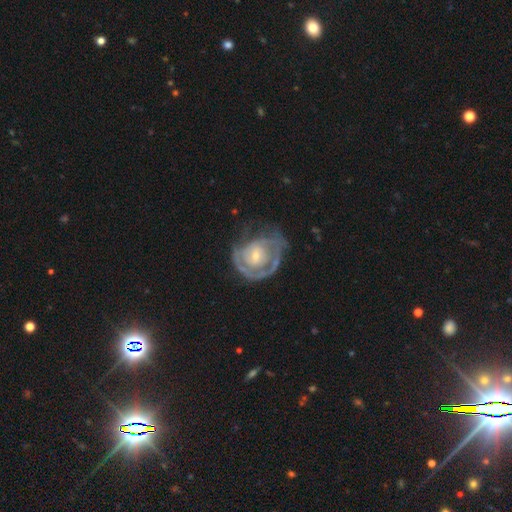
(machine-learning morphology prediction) Smooth or featured: featured or disk — 77% (smooth — 17%)
Edge-on disk: no — 97% (yes — 3%)
Bar: no — 73% (weak — 22%)
Spiral arms: yes — 76% (no — 24%)
Spiral winding: tight — 64% (medium — 26%)
Spiral arm count: can't tell — 39% (2 — 25%)
Bulge size: small — 65% (moderate — 30%)
Merging: none — 46% (major disturbance — 27%)